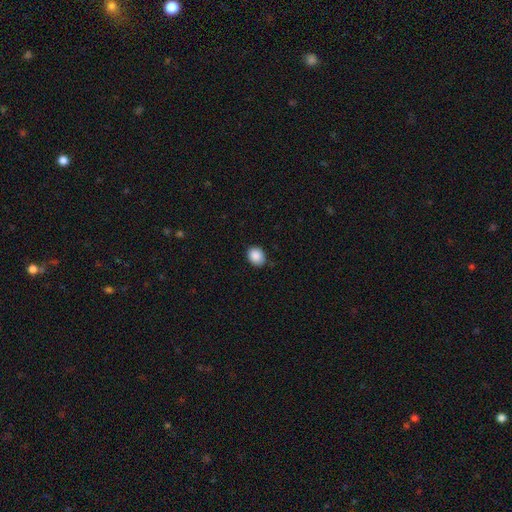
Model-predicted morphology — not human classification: This appears to be a smooth galaxy with no disk features (89%) that is round (50%). Merging: none (84%).